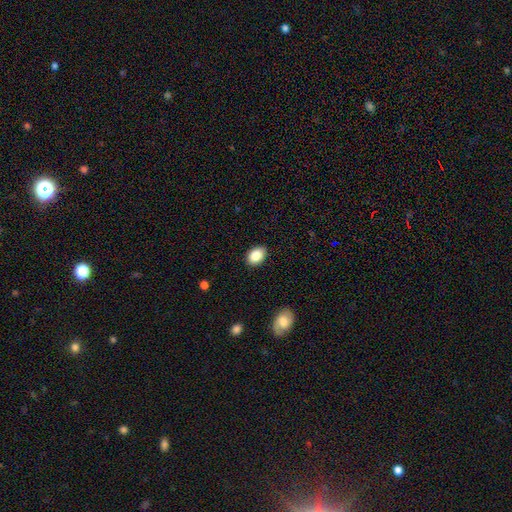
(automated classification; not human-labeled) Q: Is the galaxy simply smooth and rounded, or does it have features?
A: smooth — 87%.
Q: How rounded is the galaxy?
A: in between — 82%.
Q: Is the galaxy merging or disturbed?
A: none — 88%.